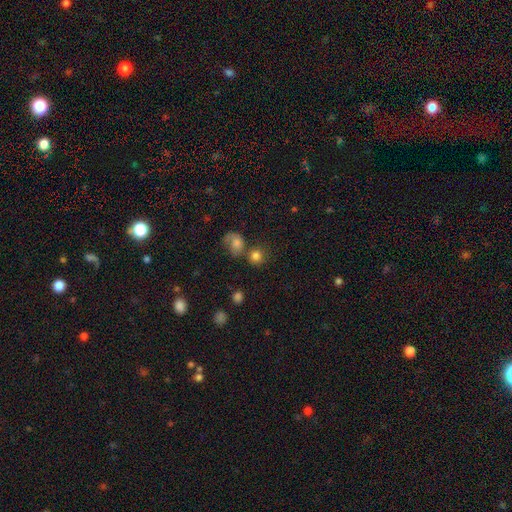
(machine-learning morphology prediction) smooth 80%, star or artifact 11%, featured or disk 9%. Down the decision tree: how rounded — round (84%); merging — none (56%).